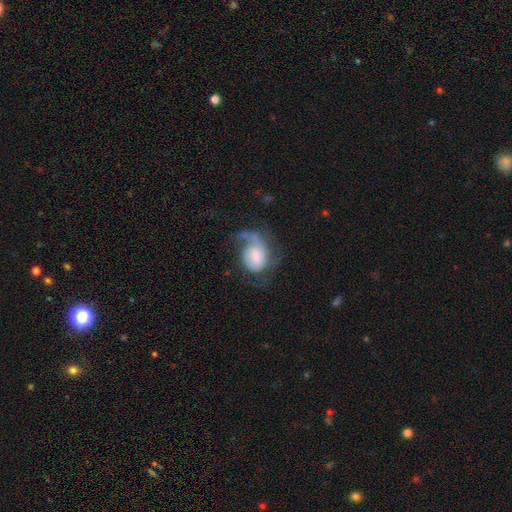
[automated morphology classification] The model was most divided on "bulge size": small: 42%, moderate: 39%, large: 10%, none: 7%, dominant: 2%. Remaining: edge-on disk — no (97%); spiral arms — yes (78%); smooth or featured — featured or disk (58%); bar — no (50%); merging — major disturbance (42%).